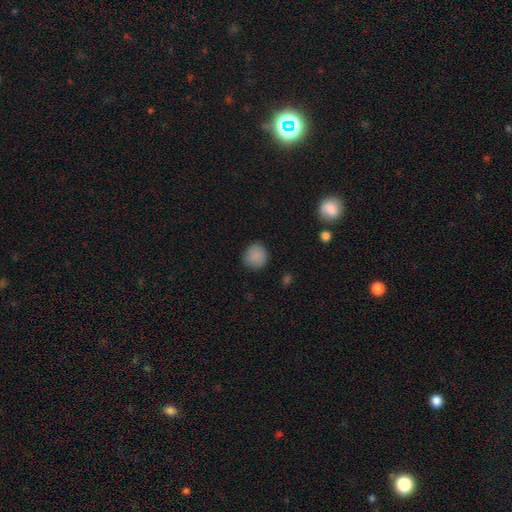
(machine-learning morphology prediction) Smooth or featured? Predicted: smooth (p=0.87). How rounded? Predicted: round (p=0.89). Merging? Predicted: none (p=0.86).